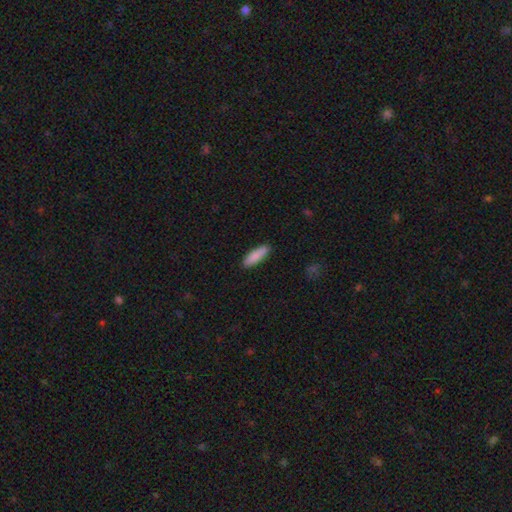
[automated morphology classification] type=smooth (87%); roundness=cigar-shaped (55%); merging=none (88%).